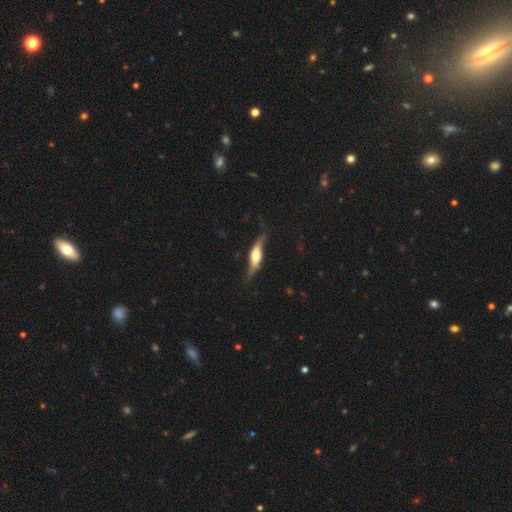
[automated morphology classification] smooth_or_featured: featured or disk (p=0.64) [alt: smooth p=0.30]
disk_edge_on: yes (p=0.79) [alt: no p=0.21]
edge_on_bulge: rounded (p=0.89) [alt: boxy p=0.08]
merging: none (p=0.67) [alt: minor disturbance p=0.23]